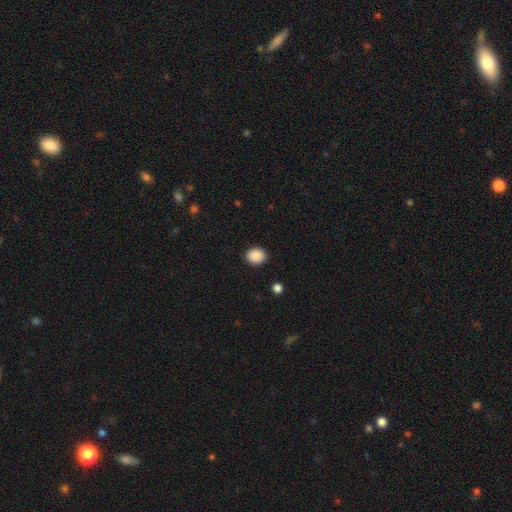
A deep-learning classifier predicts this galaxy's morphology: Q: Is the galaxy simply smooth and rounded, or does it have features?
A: smooth — 89%.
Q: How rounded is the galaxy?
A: round — 58%.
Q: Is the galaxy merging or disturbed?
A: none — 90%.